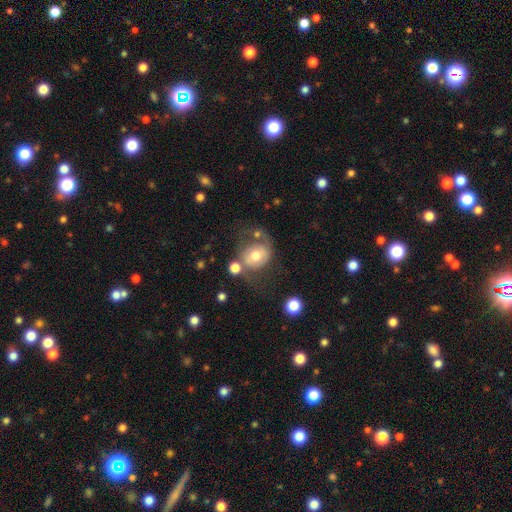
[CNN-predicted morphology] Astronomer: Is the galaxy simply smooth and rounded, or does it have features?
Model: smooth — 48% (runner-up: featured or disk, 43%).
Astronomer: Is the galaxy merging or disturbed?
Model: none — 41% (runner-up: major disturbance, 25%).